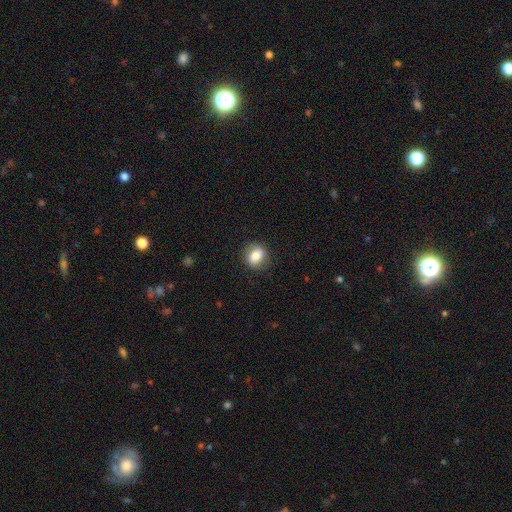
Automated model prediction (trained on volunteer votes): A smooth galaxy with no disk features (81%) that is in between round and cigar-shaped (49%, tied with round). Merging: none (85%).